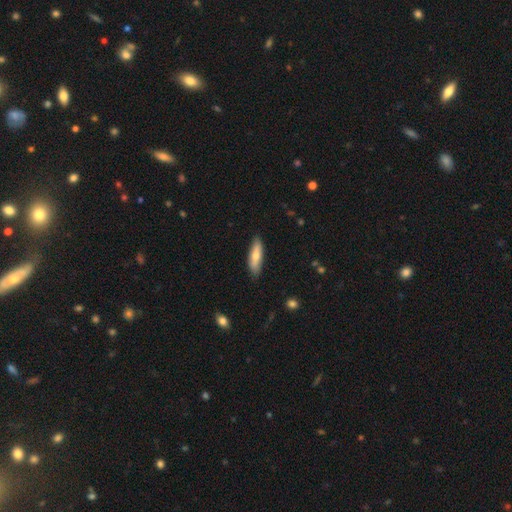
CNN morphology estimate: Smooth or featured: smooth — 64% (featured or disk — 30%)
How rounded: cigar-shaped — 62% (in between — 36%)
Merging: none — 85% (minor disturbance — 12%)